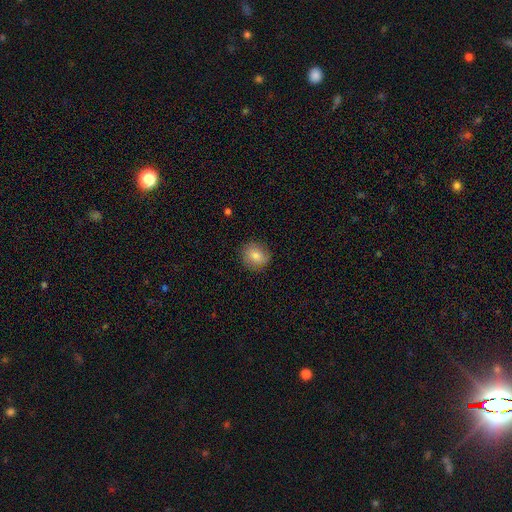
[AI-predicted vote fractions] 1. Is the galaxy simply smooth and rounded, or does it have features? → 77% smooth, 14% featured or disk, 9% star or artifact.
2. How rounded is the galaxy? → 81% round, 18% in between, 1% cigar-shaped.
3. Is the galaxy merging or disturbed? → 84% none, 12% minor disturbance, 3% major disturbance, 1% merger.